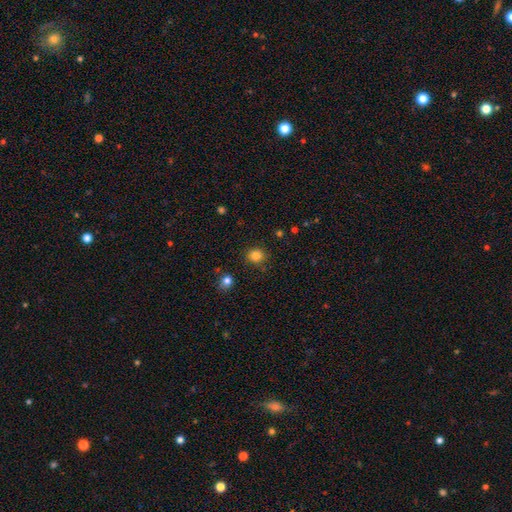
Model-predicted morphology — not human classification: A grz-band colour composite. It shows a smooth galaxy with no disk features (83%) that is round (82%). Merging: none (87%).